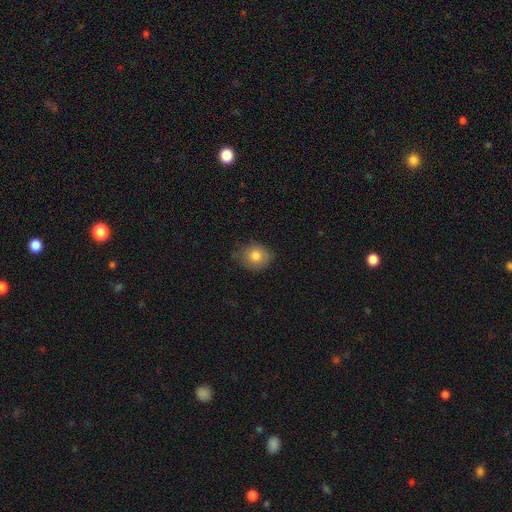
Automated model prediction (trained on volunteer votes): Smooth or featured? Predicted: smooth (p=0.79). How rounded? Predicted: round (p=0.67). Merging? Predicted: none (p=0.69).